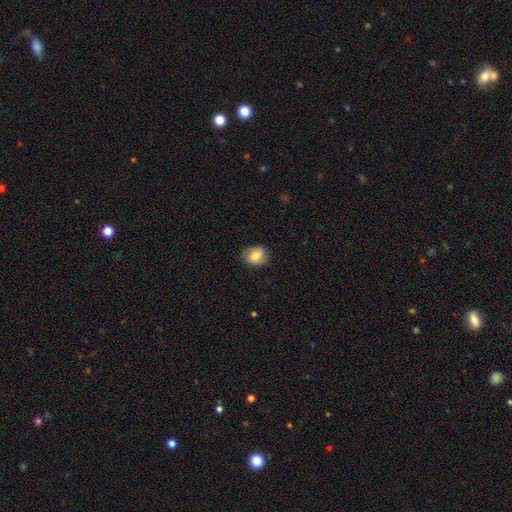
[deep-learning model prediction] Morphology: type=smooth (67%); roundness=in between (55%); merging=none (78%).